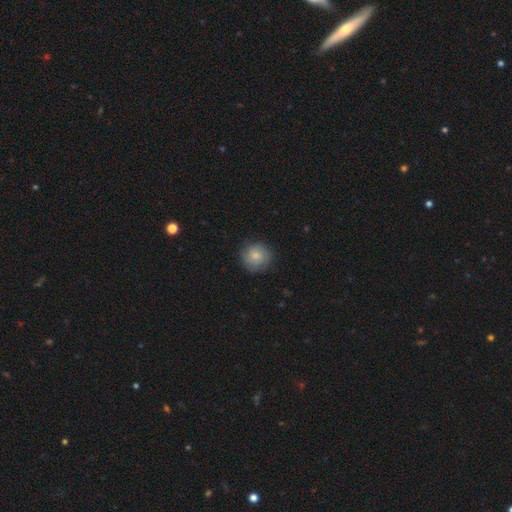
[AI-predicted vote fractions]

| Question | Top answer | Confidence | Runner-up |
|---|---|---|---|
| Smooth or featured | smooth | 69% | featured or disk (24%) |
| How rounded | round | 91% | in between (8%) |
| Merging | none | 83% | minor disturbance (12%) |